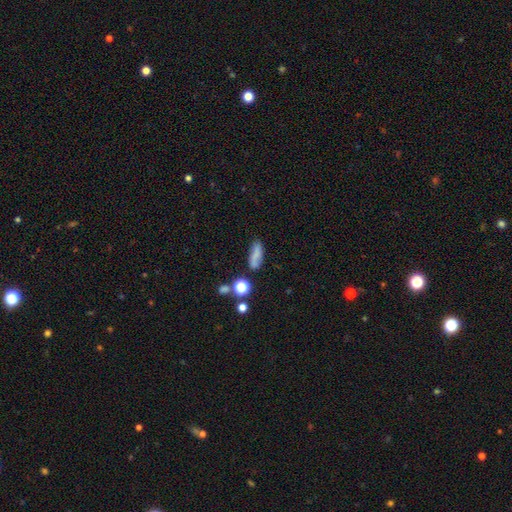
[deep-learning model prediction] Q: Smooth or featured?
A: smooth (68%); runner-up: featured or disk (19%)
Q: How rounded?
A: in between (56%); runner-up: cigar-shaped (37%)
Q: Merging?
A: none (66%); runner-up: minor disturbance (20%)